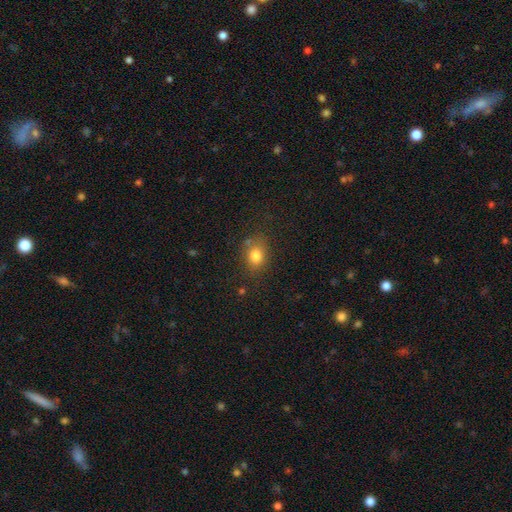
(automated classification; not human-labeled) Q: Smooth or featured?
A: smooth (80%); runner-up: star or artifact (12%)
Q: How rounded?
A: in between (52%); runner-up: round (47%)
Q: Merging?
A: none (73%); runner-up: minor disturbance (17%)